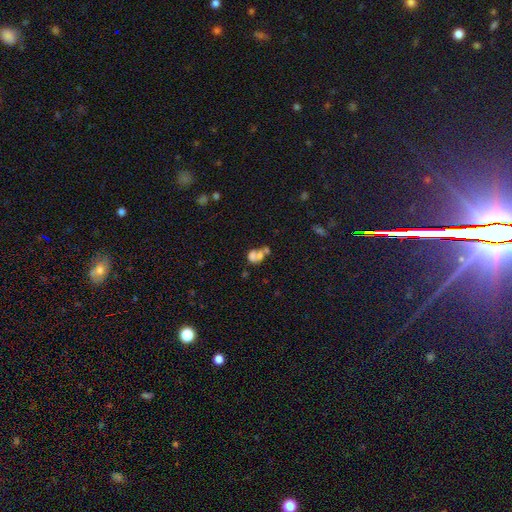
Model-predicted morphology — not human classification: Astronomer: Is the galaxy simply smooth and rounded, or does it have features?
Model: smooth — 52% (runner-up: featured or disk, 31%).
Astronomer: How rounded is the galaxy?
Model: in between — 61% (runner-up: round, 37%).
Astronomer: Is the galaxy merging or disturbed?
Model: merger — 57%.